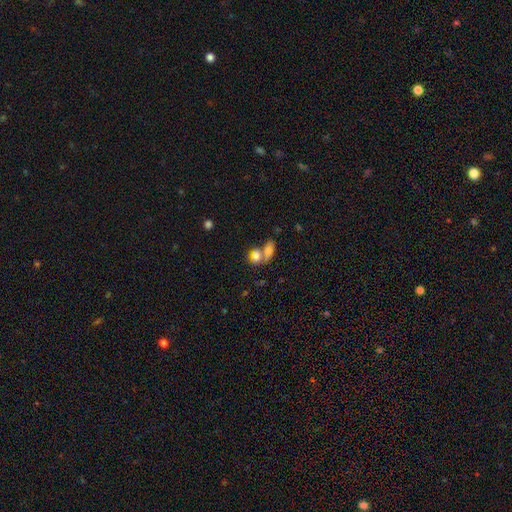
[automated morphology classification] Smooth or featured? smooth (75%)
How rounded? in between (75%)
Merging? merger (62%)